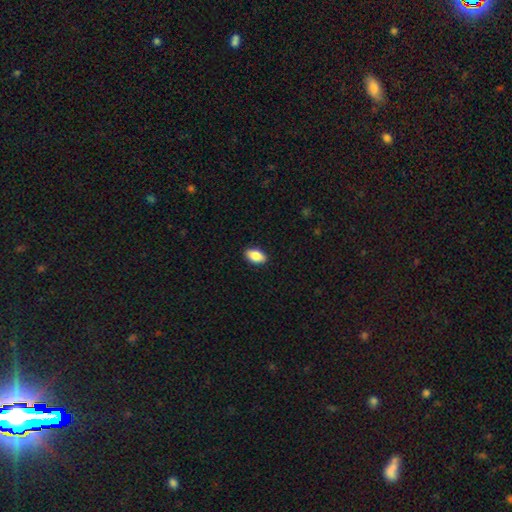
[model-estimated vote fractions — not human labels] smooth_or_featured: smooth (p=0.87) [alt: star or artifact p=0.07]
how_rounded: in between (p=0.92) [alt: round p=0.05]
merging: none (p=0.90) [alt: minor disturbance p=0.07]